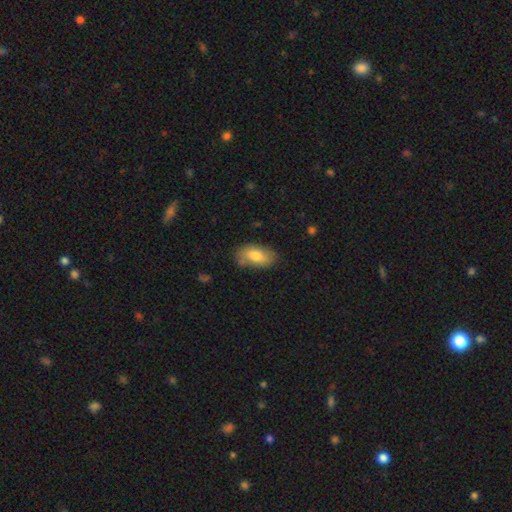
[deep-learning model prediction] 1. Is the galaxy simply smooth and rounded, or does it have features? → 76% smooth, 17% featured or disk, 7% star or artifact.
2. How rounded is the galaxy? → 92% in between, 5% round, 3% cigar-shaped.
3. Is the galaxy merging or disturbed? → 74% none, 18% minor disturbance, 4% major disturbance, 4% merger.